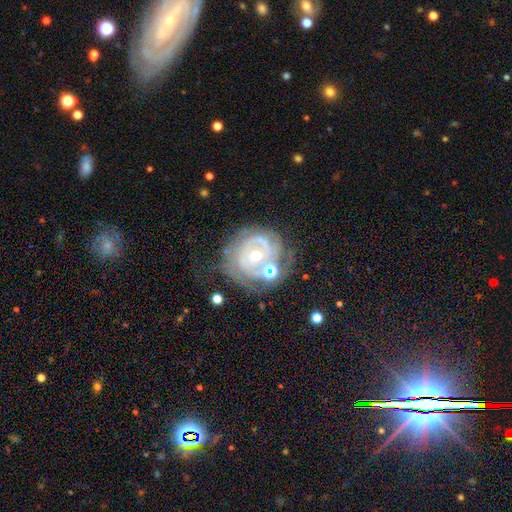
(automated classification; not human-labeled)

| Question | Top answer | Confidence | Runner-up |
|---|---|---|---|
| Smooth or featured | featured or disk | 80% | smooth (12%) |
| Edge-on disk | no | 97% | yes (3%) |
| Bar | no | 76% | weak (18%) |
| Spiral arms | yes | 83% | no (17%) |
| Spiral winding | tight | 72% | medium (21%) |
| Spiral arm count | can't tell | 40% | 2 (27%) |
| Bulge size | small | 55% | moderate (41%) |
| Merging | none | 53% | minor disturbance (21%) |